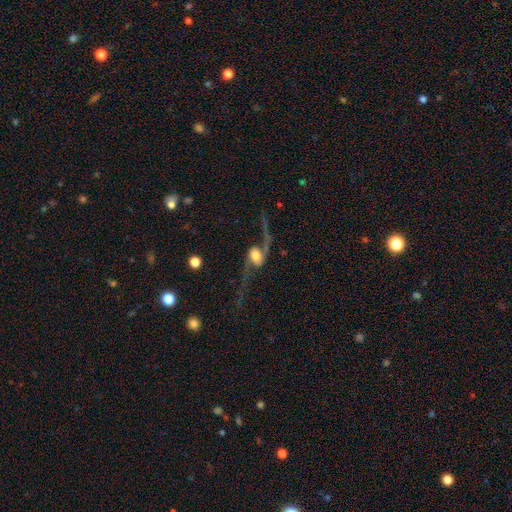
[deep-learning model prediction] This is clearly a featured or disk galaxy (83%). It is clearly not viewed edge-on (88%). Bar: possibly no (51%). Spiral arm pattern: clearly yes (94%). Spiral arm count: clearly 2 (93%). Spiral winding: clearly loose (93%). Central bulge: marginally large (36%). Merging: possibly none (54%).